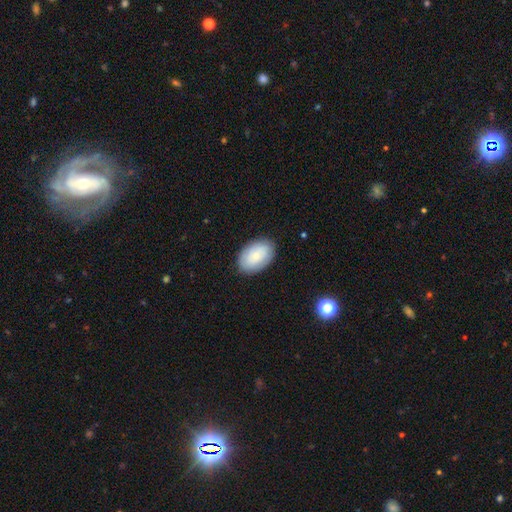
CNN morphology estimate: Smooth or featured?
  - smooth: 80% *
  - featured or disk: 14%
  - star or artifact: 6%
How rounded?
  - in between: 91% *
  - round: 8%
  - cigar-shaped: 1%
Merging?
  - none: 87% *
  - minor disturbance: 10%
  - major disturbance: 2%
  - merger: 1%